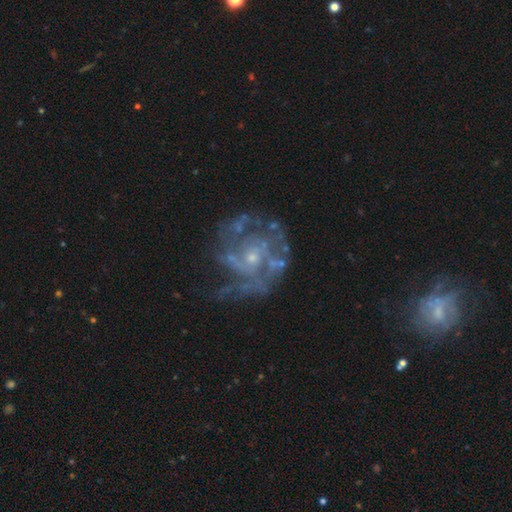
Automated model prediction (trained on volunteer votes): Overall: featured or disk (81%). Edge-on disk: no (98%). Bar: no (69%). Spiral arms: yes (80%). Spiral arm count: can't tell (39%; 2 22%). Spiral winding: tight (45%; medium 39%). Bulge size: small (66%). Merging: none (55%; major disturbance 22%).